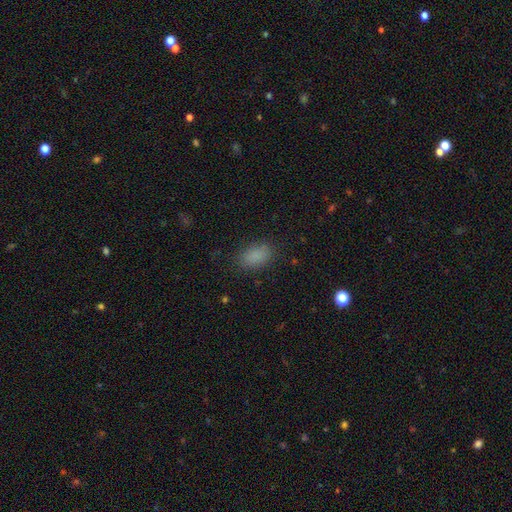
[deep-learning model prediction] Smooth or featured? Predicted: smooth (p=0.84). How rounded? Predicted: in between (p=0.88). Merging? Predicted: none (p=0.82).